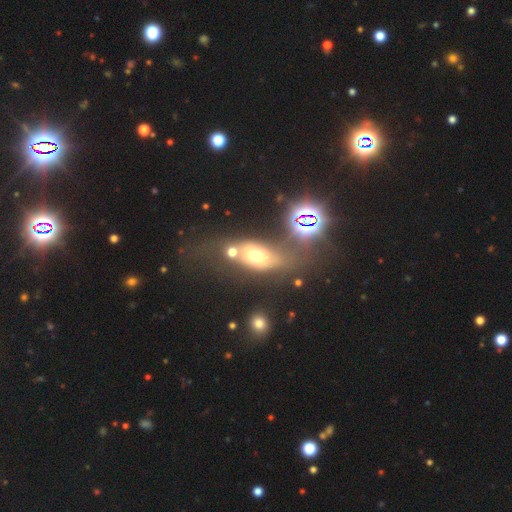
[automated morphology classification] A smooth galaxy with no disk features (54%) that is in between round and cigar-shaped (72%). Merging: none (39%).